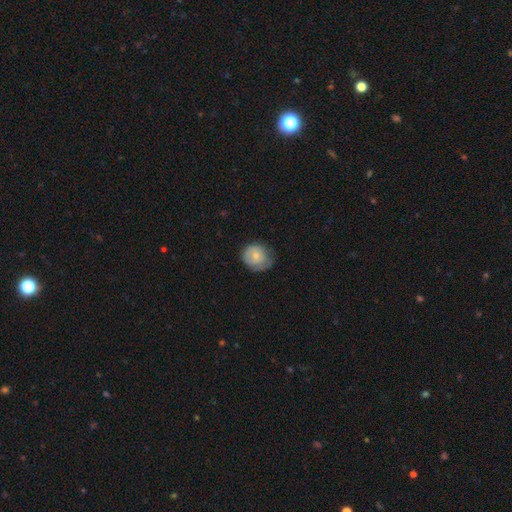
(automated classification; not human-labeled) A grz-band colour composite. It shows a smooth galaxy with no disk features (68%) that is round (76%). Merging: none (54%).